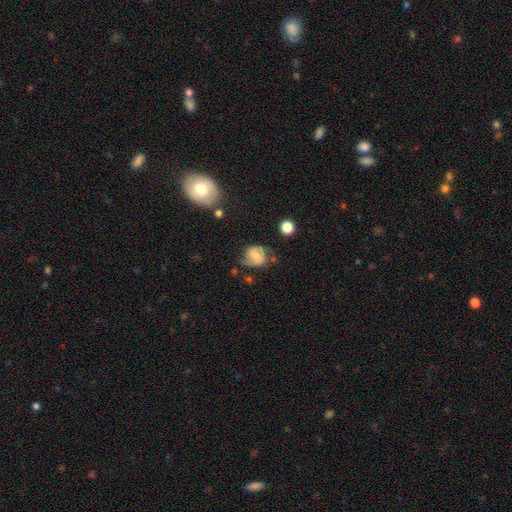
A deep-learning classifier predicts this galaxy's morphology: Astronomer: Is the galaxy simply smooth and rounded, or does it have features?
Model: featured or disk — 67%.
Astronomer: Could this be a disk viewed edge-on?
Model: no — 97%.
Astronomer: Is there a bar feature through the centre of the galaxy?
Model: weak — 46% (runner-up: no, 31%).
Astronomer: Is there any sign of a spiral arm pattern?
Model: yes — 92%.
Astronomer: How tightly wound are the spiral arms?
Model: medium — 47% (runner-up: loose, 33%).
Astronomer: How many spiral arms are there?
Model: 2 — 88%.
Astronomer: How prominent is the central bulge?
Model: small — 45% (runner-up: moderate, 31%).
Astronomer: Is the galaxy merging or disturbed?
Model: none — 65%.